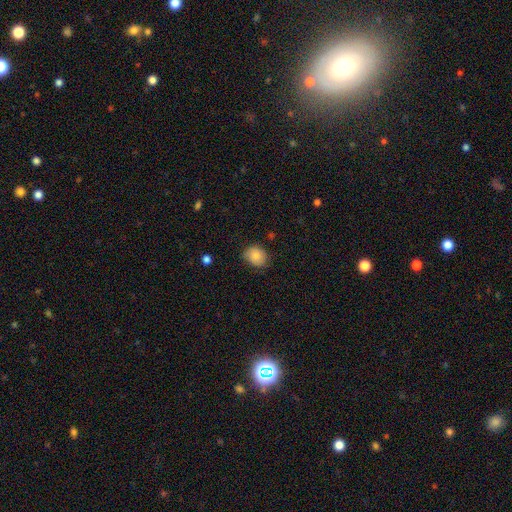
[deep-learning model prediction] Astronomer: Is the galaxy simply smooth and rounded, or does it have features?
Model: smooth — 82%.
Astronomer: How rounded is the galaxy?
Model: round — 64%.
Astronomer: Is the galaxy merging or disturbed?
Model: none — 79%.